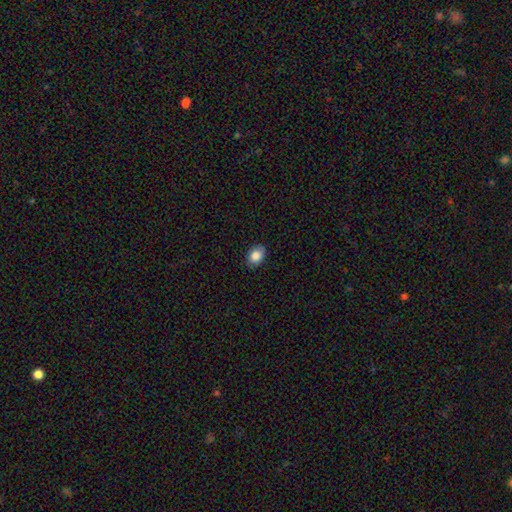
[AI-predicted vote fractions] This appears to be a smooth galaxy with no disk features (86%) that is in between round and cigar-shaped (74%). Merging: none (87%).